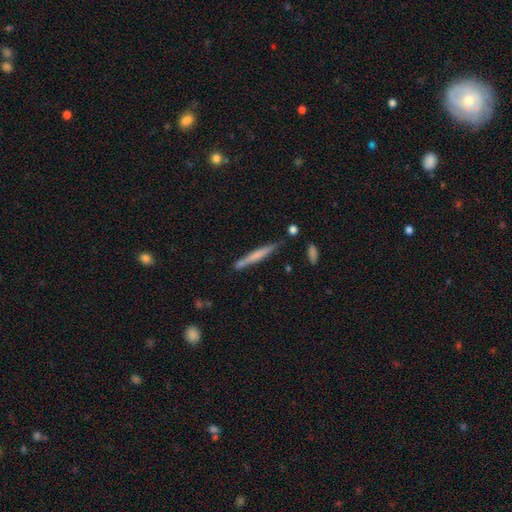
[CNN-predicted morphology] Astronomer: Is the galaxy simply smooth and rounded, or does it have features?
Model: smooth — 53% (runner-up: featured or disk, 41%).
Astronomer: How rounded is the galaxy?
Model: cigar-shaped — 96%.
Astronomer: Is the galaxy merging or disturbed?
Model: none — 83%.